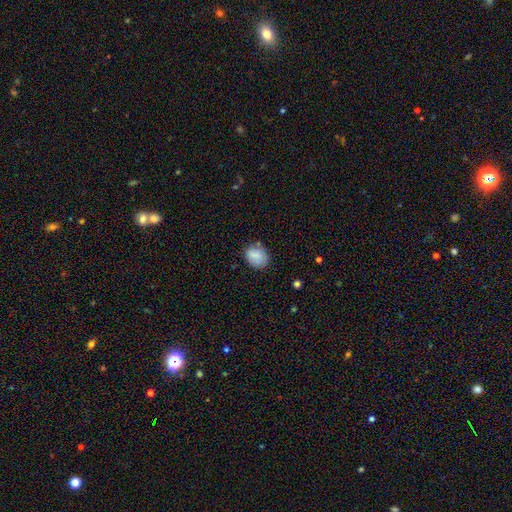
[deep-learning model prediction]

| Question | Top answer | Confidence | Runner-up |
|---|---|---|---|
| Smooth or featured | smooth | 85% | star or artifact (8%) |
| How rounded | in between | 56% | round (43%) |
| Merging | none | 73% | minor disturbance (19%) |